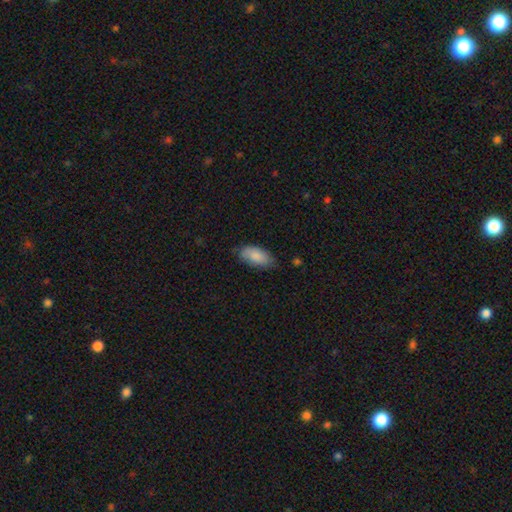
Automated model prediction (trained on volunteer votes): Overall: smooth (85%). How rounded: in between (90%). Merging: none (71%).